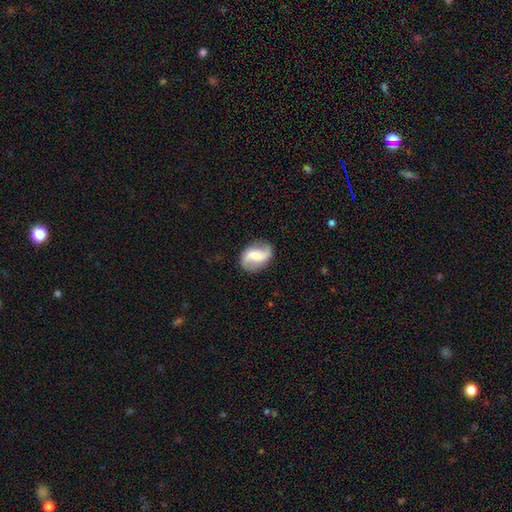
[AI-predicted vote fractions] Overall: featured or disk (69%). Edge-on disk: no (98%). Bar: weak (41%; strong 33%). Spiral arms: yes (91%). Spiral arm count: 2 (91%). Spiral winding: loose (71%). Bulge size: none (35%; moderate 23%). Merging: none (79%).